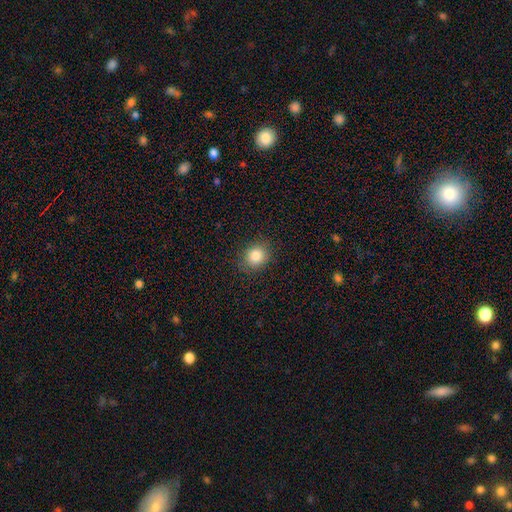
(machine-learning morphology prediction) Smooth or featured? Predicted: smooth (p=0.84). How rounded? Predicted: round (p=0.70). Merging? Predicted: none (p=0.86).